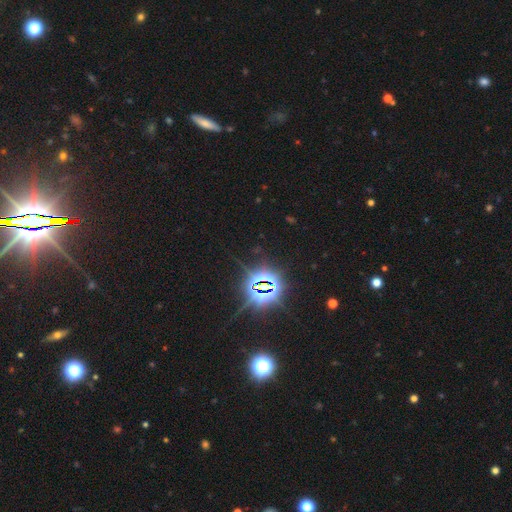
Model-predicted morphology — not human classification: A star or artifact, not a galaxy (83%).